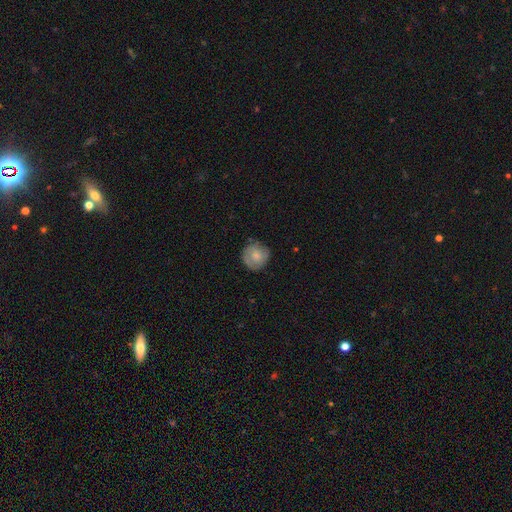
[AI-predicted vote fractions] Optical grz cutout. It shows a smooth galaxy with no disk features (61%) that is round (90%). Merging: none (77%).